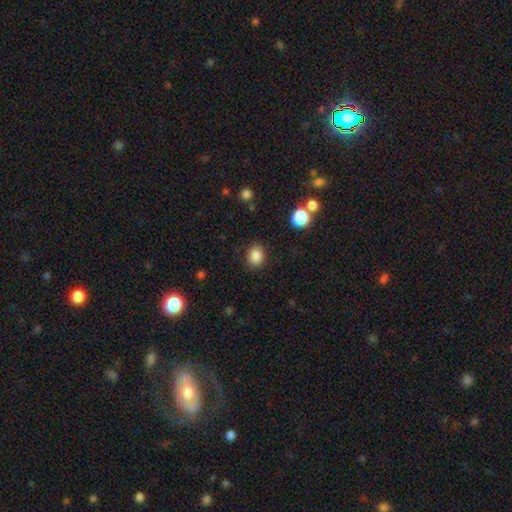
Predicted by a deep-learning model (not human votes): smooth_or_featured: smooth (p=0.84) [alt: star or artifact p=0.10]
how_rounded: round (p=0.59) [alt: in between p=0.40]
merging: none (p=0.87) [alt: minor disturbance p=0.08]